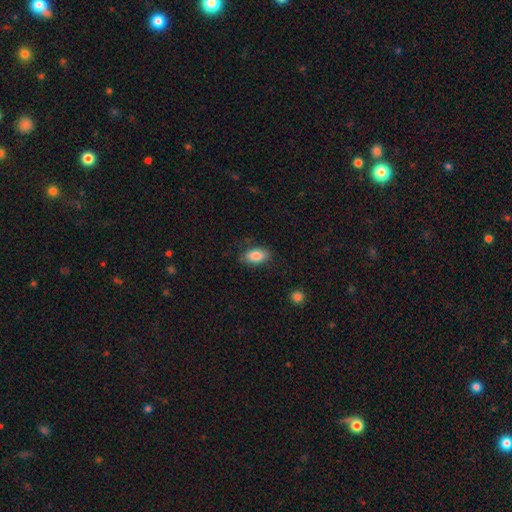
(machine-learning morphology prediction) Smooth or featured? smooth (87%)
How rounded? in between (92%)
Merging? none (79%)